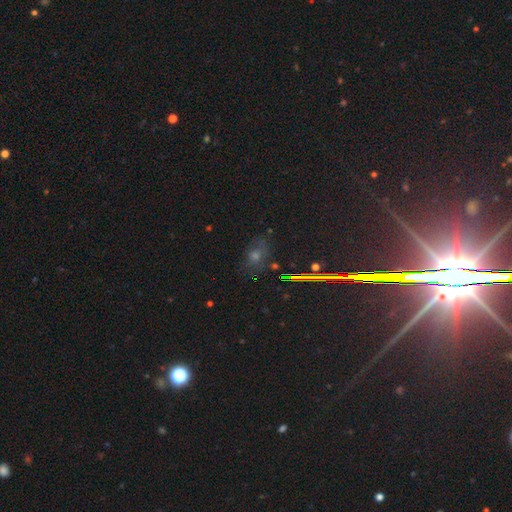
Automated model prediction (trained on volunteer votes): Smooth or featured? star or artifact (46%)